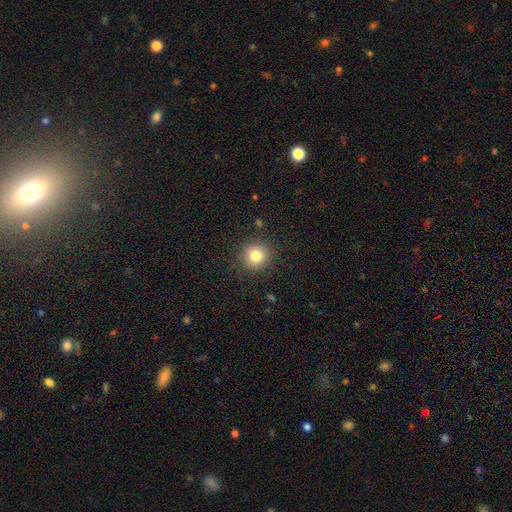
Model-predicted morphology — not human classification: Overall: smooth (80%). How rounded: round (92%). Merging: none (89%).